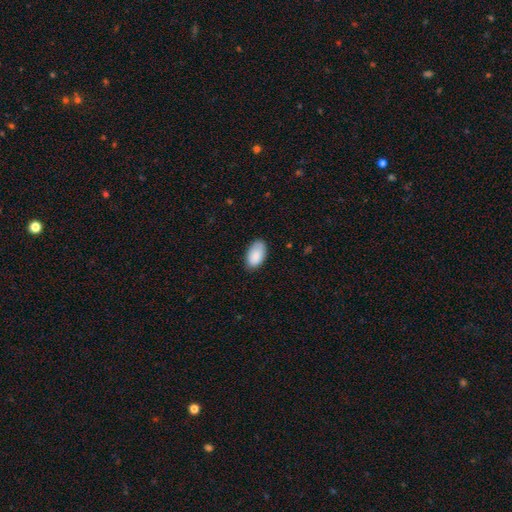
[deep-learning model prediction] Morphology: type=smooth (89%); roundness=in between (95%); merging=none (80%).